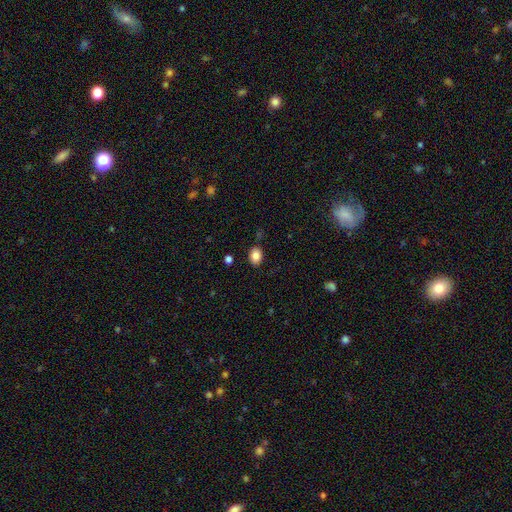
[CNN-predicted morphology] Smooth or featured? smooth (85%)
How rounded? in between (71%)
Merging? none (83%)